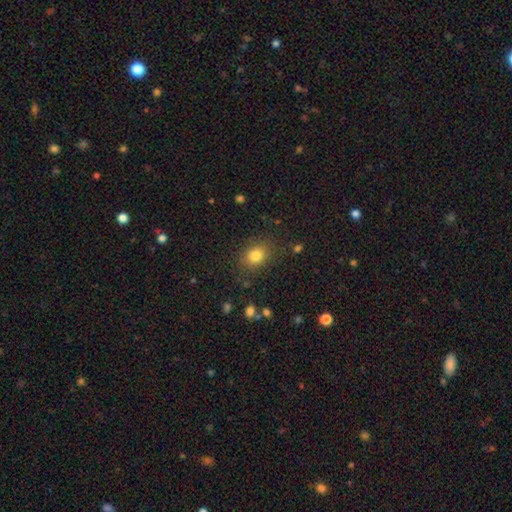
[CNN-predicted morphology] A smooth galaxy with no disk features (81%) that is round (51%).

Vote fractions:
- Smooth or featured? smooth: 81% / star or artifact: 12% / featured or disk: 7%
- How rounded? round: 51% / in between: 48% / cigar-shaped: 1%
- Merging? none: 83% / minor disturbance: 11% / major disturbance: 4% / merger: 2%